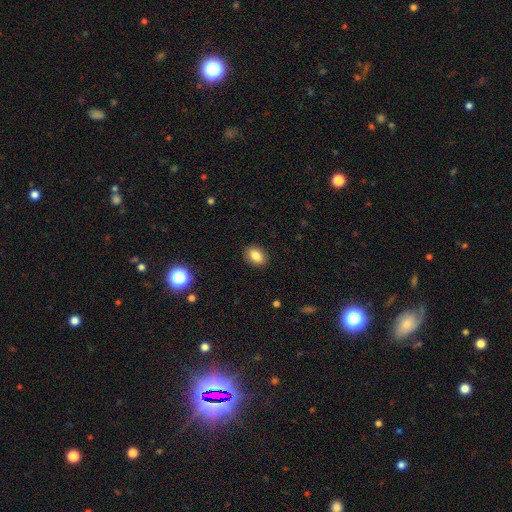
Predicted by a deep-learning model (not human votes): smooth 84%, star or artifact 9%, featured or disk 7%. Down the decision tree: how rounded — in between (81%); merging — none (89%).